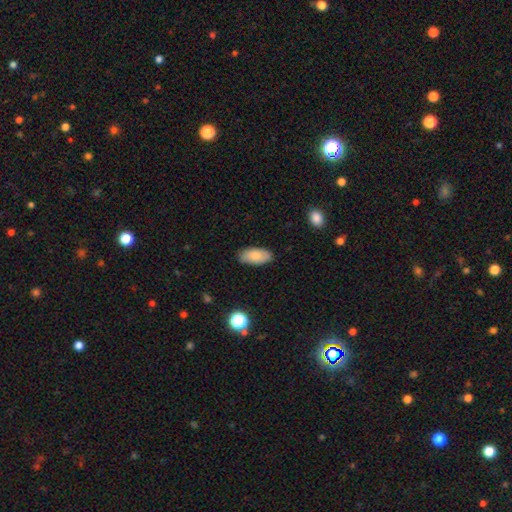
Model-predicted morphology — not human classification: This is clearly a smooth galaxy (82%). How rounded: clearly in between (92%). Merging: clearly none (86%).